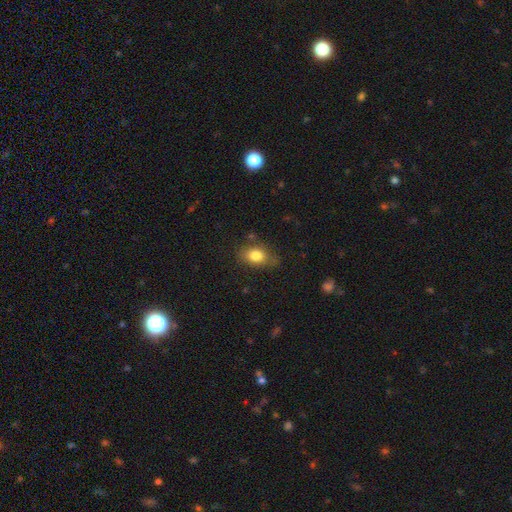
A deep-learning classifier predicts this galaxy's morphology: smooth-or-featured: smooth: 82% | featured or disk: 10% | star or artifact: 9%
  how-rounded: in between: 78% | round: 20% | cigar-shaped: 3%
  merging: none: 72% | minor disturbance: 20% | major disturbance: 5% | merger: 2%